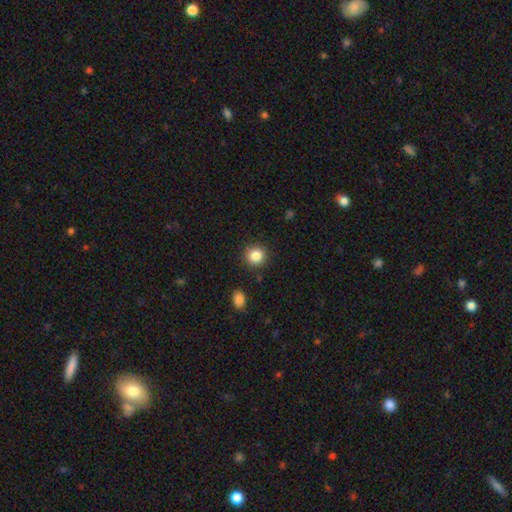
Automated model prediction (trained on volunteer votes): Smooth or featured? Predicted: smooth (p=0.85). How rounded? Predicted: round (p=0.91). Merging? Predicted: none (p=0.89).